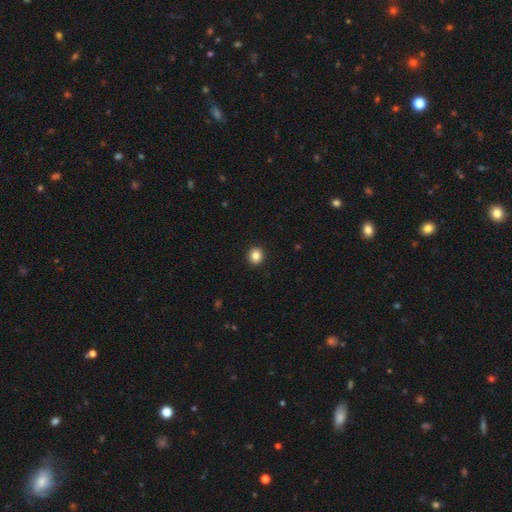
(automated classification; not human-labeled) The model was most divided on "smooth or featured": smooth: 85%, star or artifact: 10%, featured or disk: 5%. More confident: merging — none (93%); how rounded — round (88%).